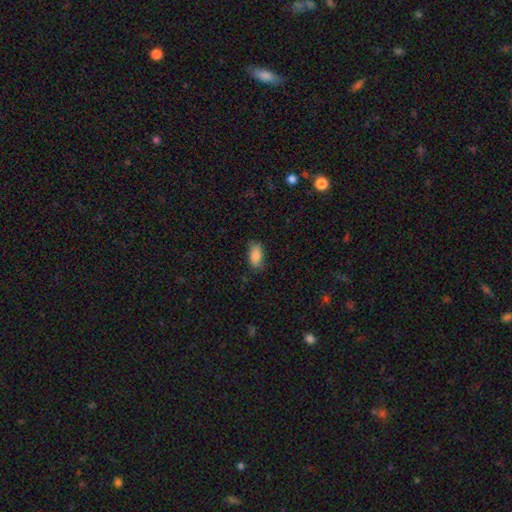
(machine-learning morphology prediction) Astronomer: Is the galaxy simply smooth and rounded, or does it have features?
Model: smooth — 86%.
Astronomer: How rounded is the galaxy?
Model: in between — 91%.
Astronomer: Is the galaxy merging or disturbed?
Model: none — 75%.